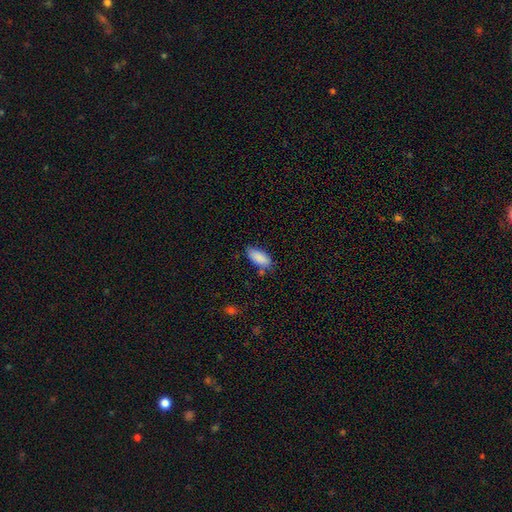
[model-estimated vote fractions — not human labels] Q: Smooth or featured?
A: smooth (88%); runner-up: star or artifact (7%)
Q: How rounded?
A: in between (87%); runner-up: cigar-shaped (11%)
Q: Merging?
A: none (72%); runner-up: minor disturbance (20%)